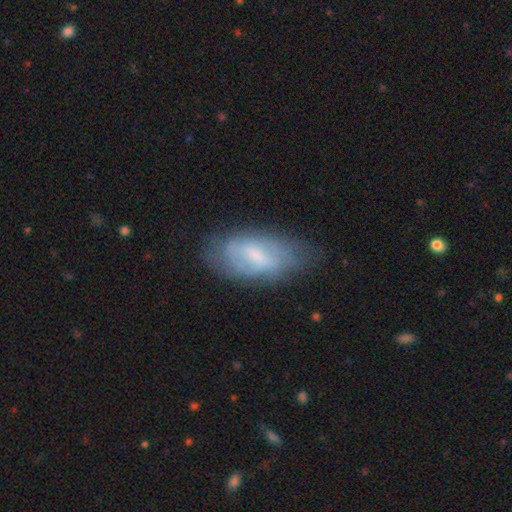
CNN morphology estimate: featured or disk 49%, smooth 43%, star or artifact 8%. Down the decision tree: merging — none (61%).